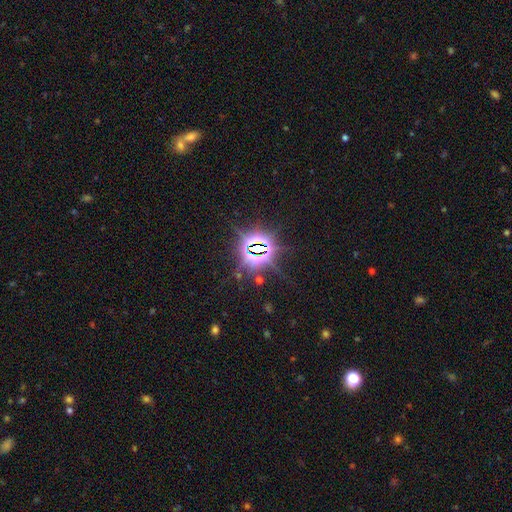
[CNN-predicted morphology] Smooth or featured: star or artifact — 84% (smooth — 9%)